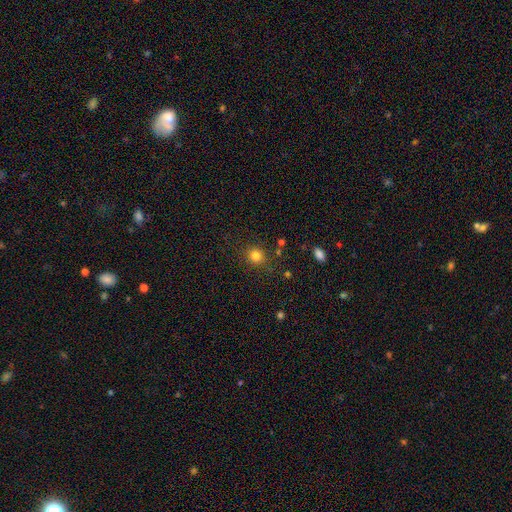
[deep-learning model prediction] This is clearly a smooth galaxy (82%). How rounded: clearly round (87%). Merging: clearly none (85%).